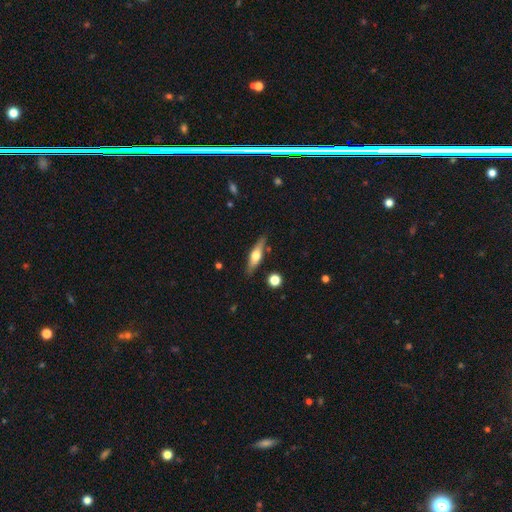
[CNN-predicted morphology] Smooth or featured? Predicted: featured or disk (p=0.57). Edge-on disk? Predicted: yes (p=0.92). Edge-on bulge? Predicted: rounded (p=0.92). Merging? Predicted: none (p=0.83).